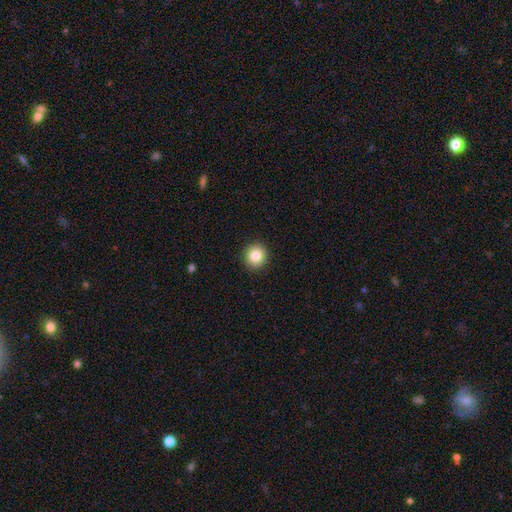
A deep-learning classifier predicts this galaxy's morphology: Smooth or featured? smooth (83%)
How rounded? round (92%)
Merging? none (92%)